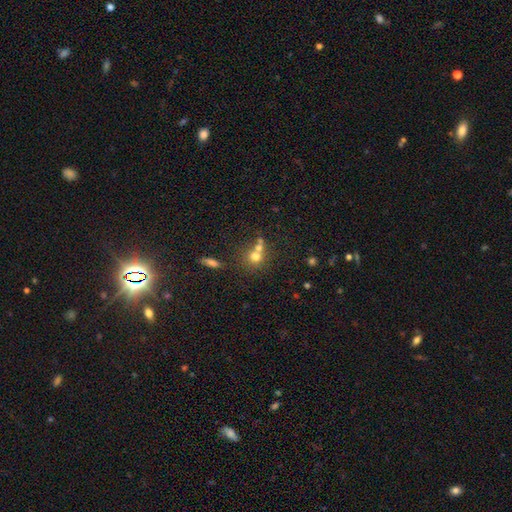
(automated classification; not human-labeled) This is likely a smooth galaxy (69%). How rounded: clearly round (82%). Merging: marginally merger (45%).